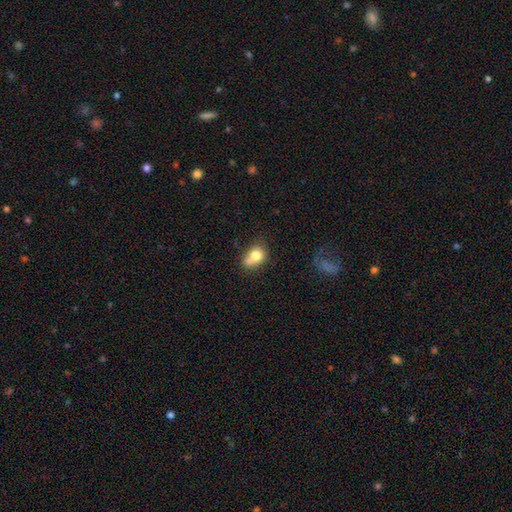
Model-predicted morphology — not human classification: smooth 74%, featured or disk 16%, star or artifact 10%. Down the decision tree: how rounded — in between (51%); merging — none (38%).